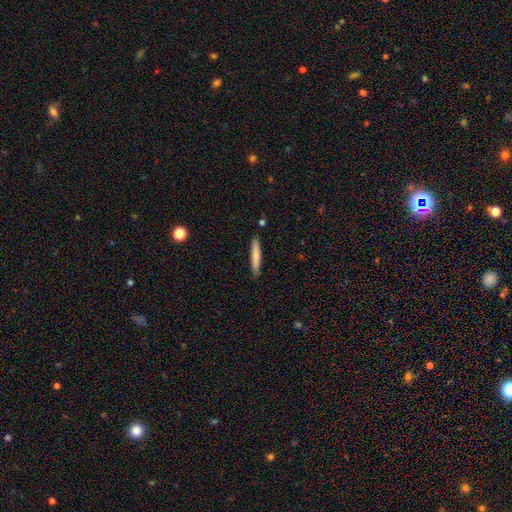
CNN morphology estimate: Q: Smooth or featured?
A: smooth (77%); runner-up: featured or disk (17%)
Q: How rounded?
A: cigar-shaped (94%); runner-up: in between (5%)
Q: Merging?
A: none (86%); runner-up: minor disturbance (10%)